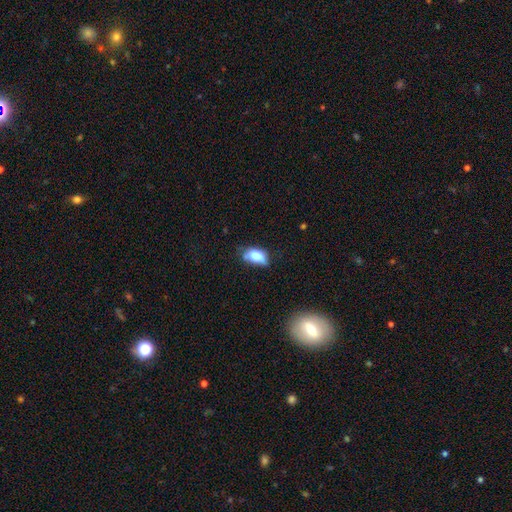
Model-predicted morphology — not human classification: smooth_or_featured: smooth (p=0.74) [alt: featured or disk p=0.16]
how_rounded: in between (p=0.88) [alt: round p=0.09]
merging: minor disturbance (p=0.38) [alt: none p=0.36]